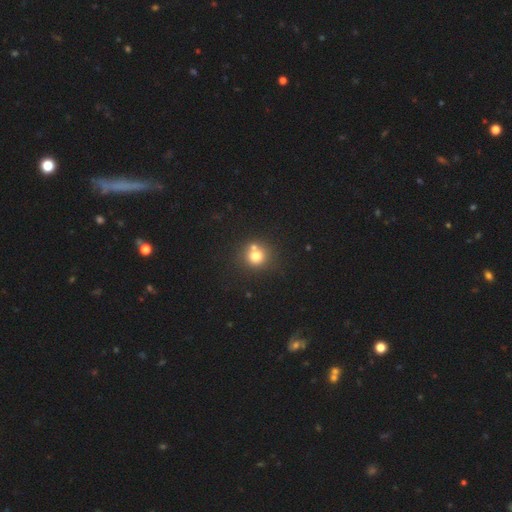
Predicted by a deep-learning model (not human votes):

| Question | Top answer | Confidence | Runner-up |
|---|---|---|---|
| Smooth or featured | smooth | 75% | star or artifact (14%) |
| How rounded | round | 90% | in between (9%) |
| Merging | none | 60% | merger (28%) |